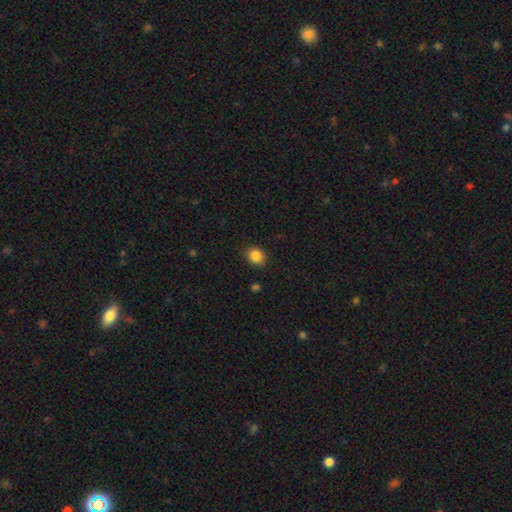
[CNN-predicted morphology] Overall: smooth (86%). How rounded: round (56%; in between 43%). Merging: none (87%).